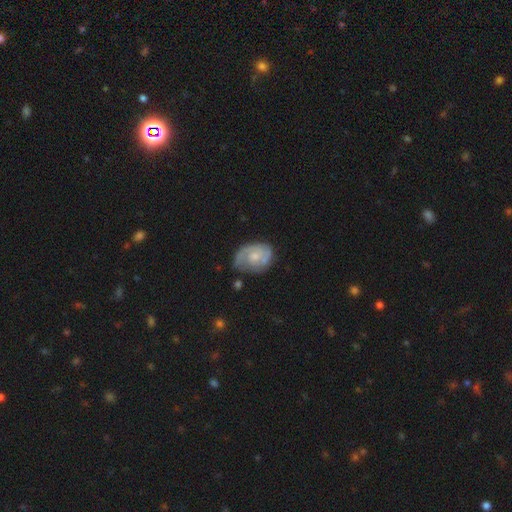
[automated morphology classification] Smooth or featured? Predicted: featured or disk (p=0.69). Edge-on disk? Predicted: no (p=0.97). Bar? Predicted: no (p=0.71). Spiral arms? Predicted: yes (p=0.86). Spiral winding? Predicted: tight (p=0.49). Spiral arm count? Predicted: 2 (p=0.51). Bulge size? Predicted: moderate (p=0.46). Merging? Predicted: none (p=0.60).